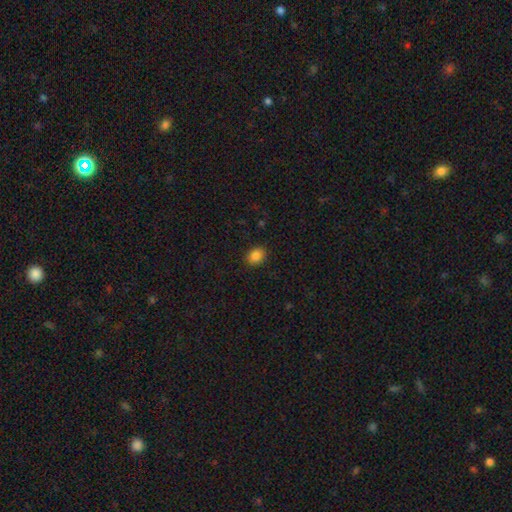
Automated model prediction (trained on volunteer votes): Morphology: type=smooth (86%); roundness=in between (51%); merging=none (89%).